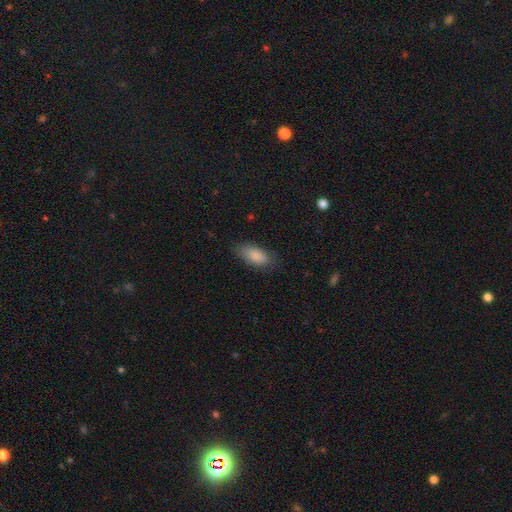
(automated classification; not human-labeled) Overall: smooth (86%). How rounded: in between (90%). Merging: none (75%).